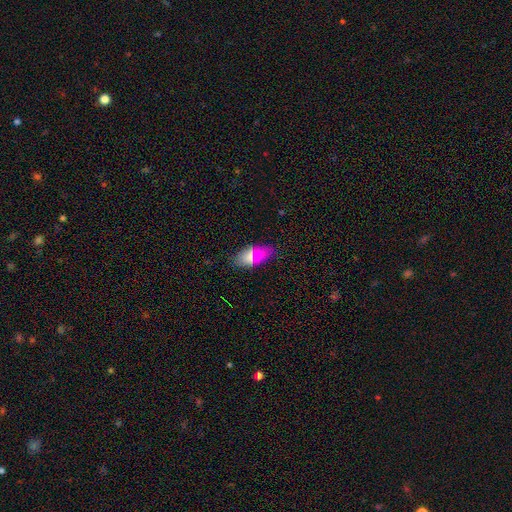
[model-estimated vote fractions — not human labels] A smooth galaxy with no disk features (73%) that is in between round and cigar-shaped (89%).

Vote fractions:
- Smooth or featured? smooth: 73% / star or artifact: 17% / featured or disk: 10%
- How rounded? in between: 89% / cigar-shaped: 8% / round: 4%
- Merging? none: 84% / minor disturbance: 12% / major disturbance: 3% / merger: 2%